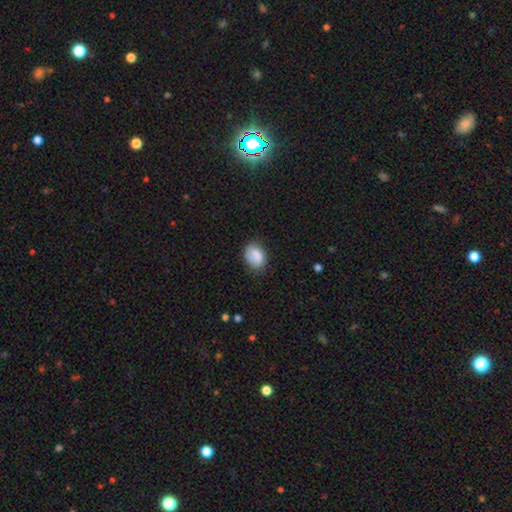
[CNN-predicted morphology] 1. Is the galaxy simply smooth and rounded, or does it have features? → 83% smooth, 9% featured or disk, 7% star or artifact.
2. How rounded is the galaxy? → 76% in between, 23% round, 1% cigar-shaped.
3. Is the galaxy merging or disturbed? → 72% none, 22% minor disturbance, 5% major disturbance, 2% merger.